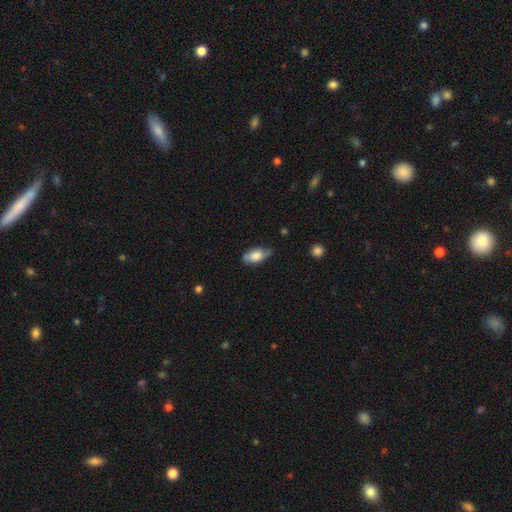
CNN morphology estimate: This is likely a smooth galaxy (63%). How rounded: clearly in between (89%). Merging: likely none (67%).